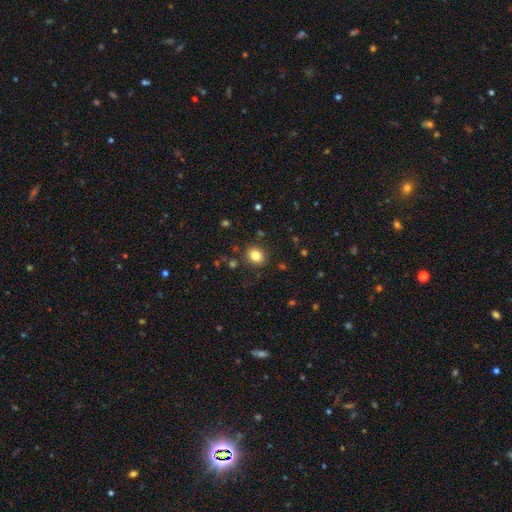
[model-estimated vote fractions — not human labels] smooth-or-featured: smooth: 82% | star or artifact: 11% | featured or disk: 7%
  how-rounded: round: 60% | in between: 39% | cigar-shaped: 1%
  merging: none: 87% | minor disturbance: 9% | major disturbance: 3% | merger: 2%